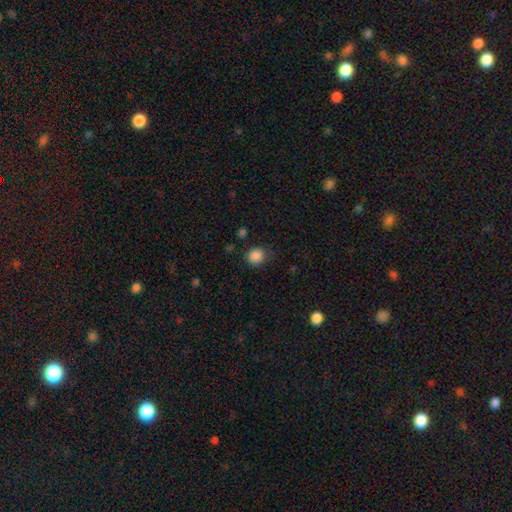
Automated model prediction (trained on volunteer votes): Smooth or featured?
  - smooth: 87% *
  - star or artifact: 10%
  - featured or disk: 3%
How rounded?
  - round: 85% *
  - in between: 15%
  - cigar-shaped: 1%
Merging?
  - none: 81% *
  - minor disturbance: 13%
  - major disturbance: 4%
  - merger: 2%